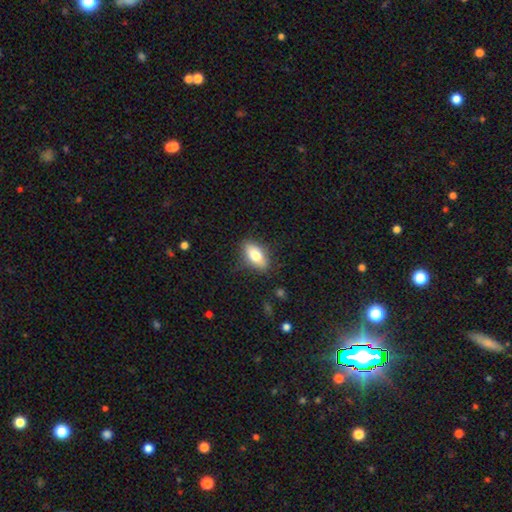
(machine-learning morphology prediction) smooth 74%, featured or disk 18%, star or artifact 7%. Down the decision tree: how rounded — in between (84%); merging — none (82%).